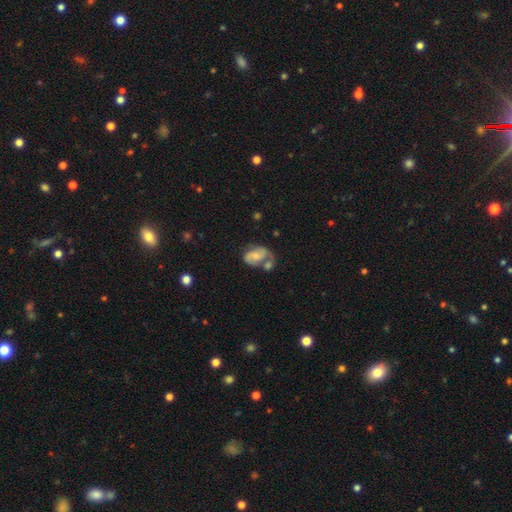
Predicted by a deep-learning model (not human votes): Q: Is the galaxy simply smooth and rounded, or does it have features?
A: featured or disk — 58%.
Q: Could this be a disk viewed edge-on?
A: no — 97%.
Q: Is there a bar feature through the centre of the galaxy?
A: no — 57%.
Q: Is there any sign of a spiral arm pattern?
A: yes — 79%.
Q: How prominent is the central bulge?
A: small — 40%.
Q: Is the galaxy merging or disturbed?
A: merger — 32%.